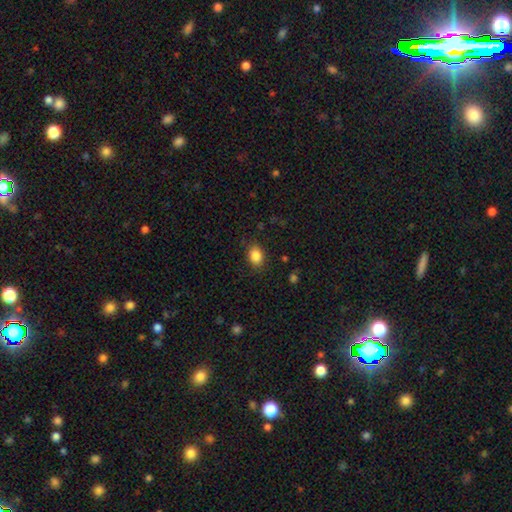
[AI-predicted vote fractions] A smooth galaxy with no disk features (86%) that is in between round and cigar-shaped (71%).

Vote fractions:
- Smooth or featured? smooth: 86% / star or artifact: 9% / featured or disk: 5%
- How rounded? in between: 71% / round: 28% / cigar-shaped: 1%
- Merging? none: 85% / minor disturbance: 10% / major disturbance: 3% / merger: 1%